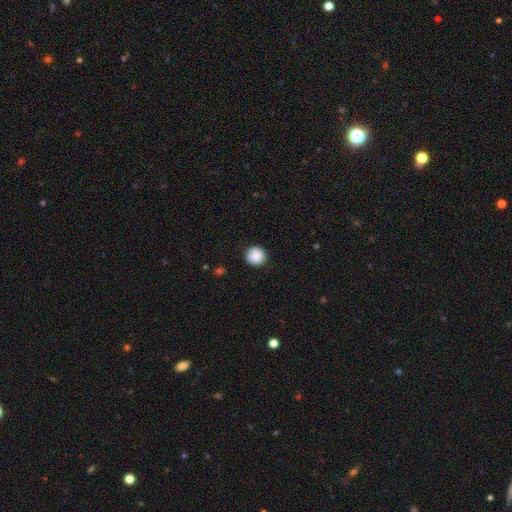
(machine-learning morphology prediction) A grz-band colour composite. It shows a smooth galaxy with no disk features (89%) that is round (94%). Merging: none (89%).